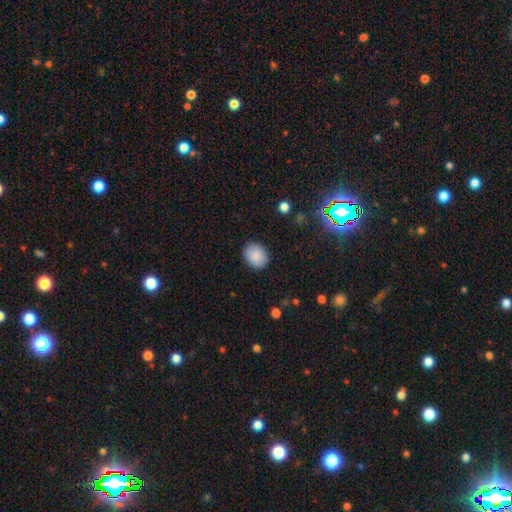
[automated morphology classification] type=smooth (88%); roundness=round (51%); merging=none (87%).